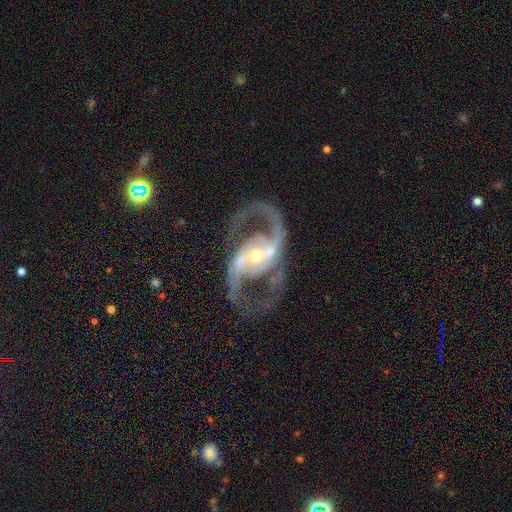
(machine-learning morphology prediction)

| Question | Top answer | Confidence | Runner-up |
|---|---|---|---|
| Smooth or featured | featured or disk | 92% | star or artifact (5%) |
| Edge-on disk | no | 97% | yes (3%) |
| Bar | strong | 41% | weak (33%) |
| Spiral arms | yes | 95% | no (5%) |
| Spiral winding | medium | 58% | loose (29%) |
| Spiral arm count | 2 | 93% | can't tell (2%) |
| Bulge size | small | 53% | moderate (42%) |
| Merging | none | 73% | minor disturbance (12%) |